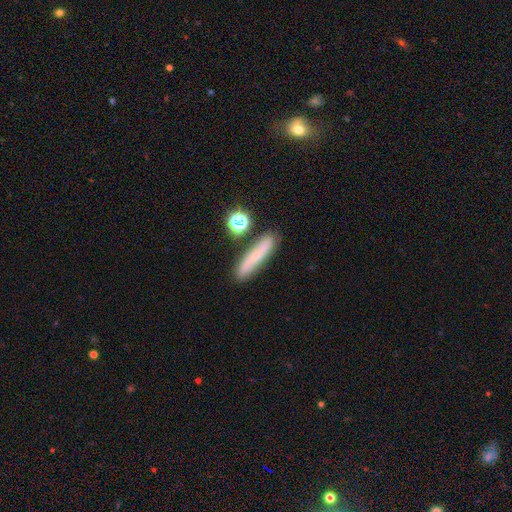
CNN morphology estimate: smooth 53%, featured or disk 35%, star or artifact 12%. Down the decision tree: how rounded — cigar-shaped (79%); merging — none (77%).